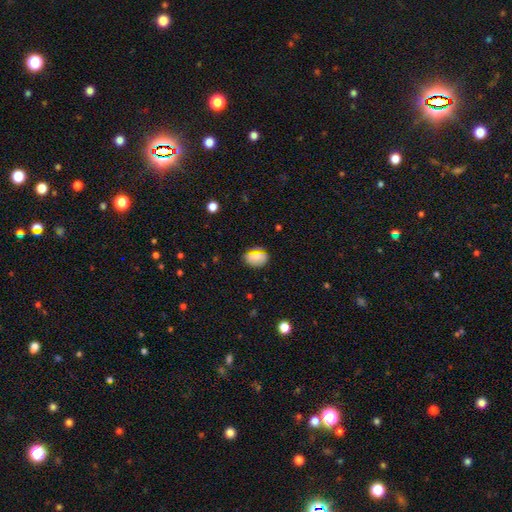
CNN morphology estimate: smooth_or_featured: smooth (p=0.67) [alt: star or artifact p=0.17]
how_rounded: in between (p=0.60) [alt: round p=0.36]
merging: none (p=0.78) [alt: minor disturbance p=0.15]